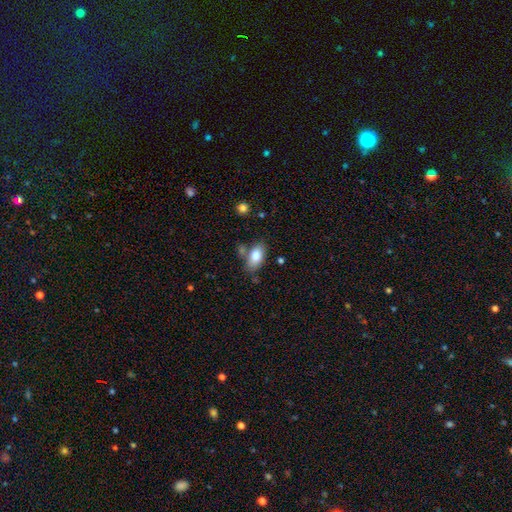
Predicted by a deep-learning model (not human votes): Q: Smooth or featured?
A: smooth (83%); runner-up: featured or disk (9%)
Q: How rounded?
A: in between (92%); runner-up: round (5%)
Q: Merging?
A: none (68%); runner-up: minor disturbance (16%)